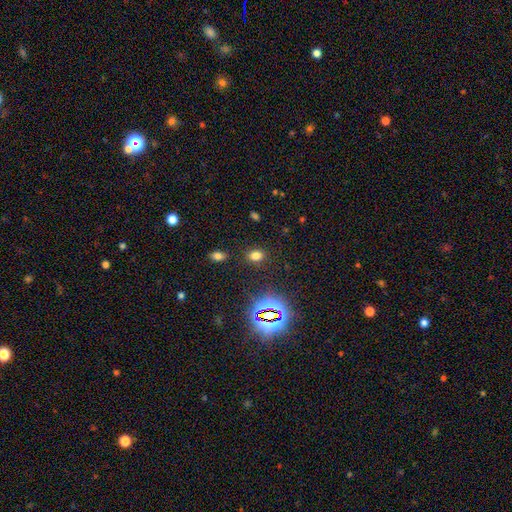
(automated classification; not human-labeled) A smooth galaxy with no disk features (70%) that is in between round and cigar-shaped (67%). Merging: none (86%).